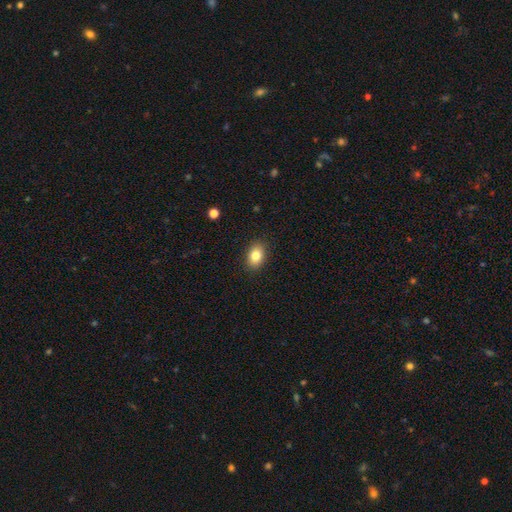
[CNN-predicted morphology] Smooth or featured? Predicted: smooth (p=0.83). How rounded? Predicted: in between (p=0.79). Merging? Predicted: none (p=0.89).